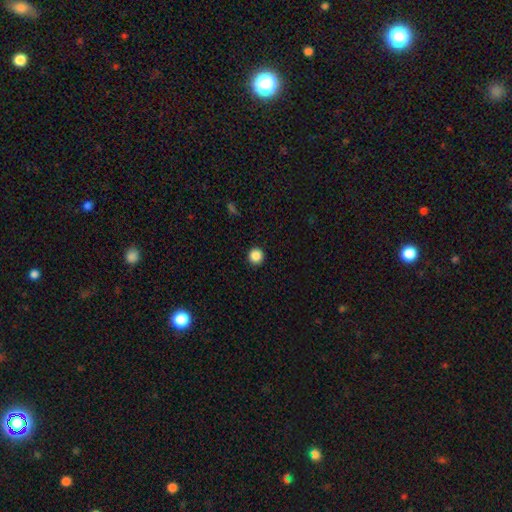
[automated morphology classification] Smooth or featured: smooth — 87% (star or artifact — 10%)
How rounded: round — 96% (in between — 3%)
Merging: none — 93% (minor disturbance — 4%)